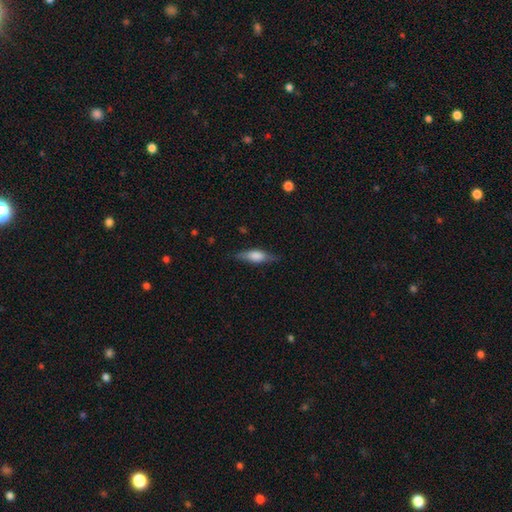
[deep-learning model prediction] Smooth or featured: smooth — 58% (featured or disk — 35%)
How rounded: in between — 52% (cigar-shaped — 45%)
Merging: none — 78% (minor disturbance — 17%)